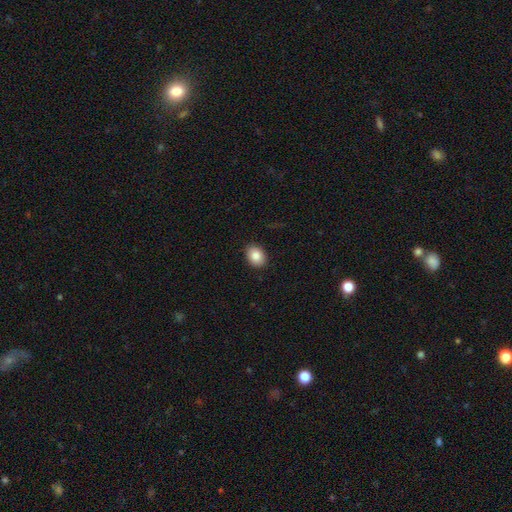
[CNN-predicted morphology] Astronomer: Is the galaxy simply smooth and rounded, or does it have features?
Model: smooth — 86%.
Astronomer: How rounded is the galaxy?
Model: in between — 63%.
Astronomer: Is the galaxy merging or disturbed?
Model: none — 89%.